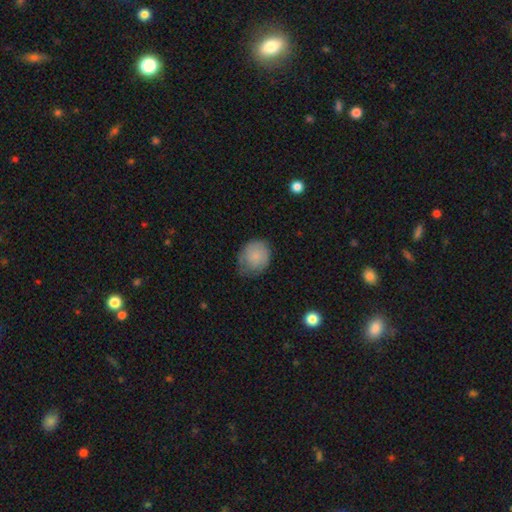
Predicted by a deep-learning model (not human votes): A smooth galaxy with no disk features (79%) that is round (70%). Merging: none (57%).